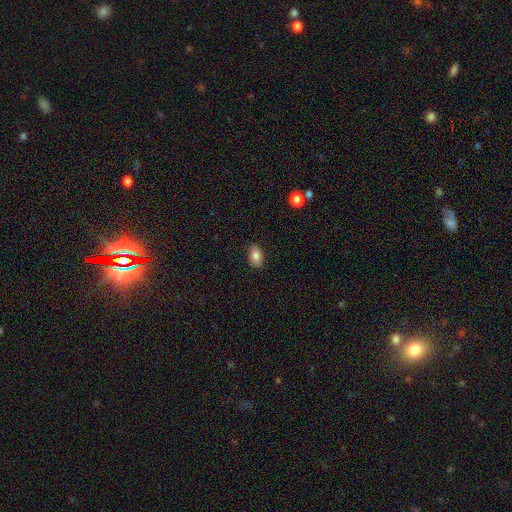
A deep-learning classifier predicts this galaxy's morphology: A smooth galaxy with no disk features (84%) that is in between round and cigar-shaped (89%).

Vote fractions:
- Smooth or featured? smooth: 84% / featured or disk: 8% / star or artifact: 8%
- How rounded? in between: 89% / round: 9% / cigar-shaped: 2%
- Merging? none: 88% / minor disturbance: 9% / major disturbance: 2% / merger: 1%